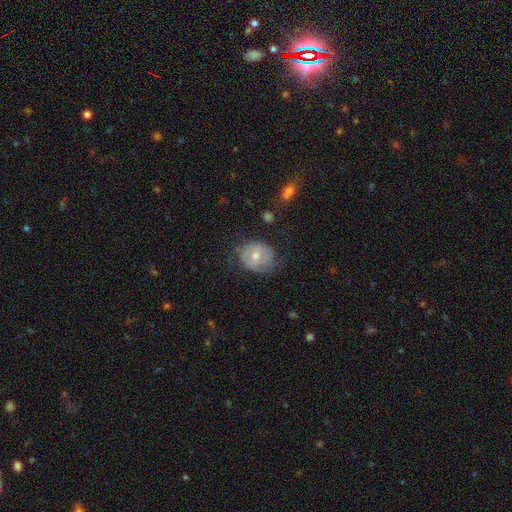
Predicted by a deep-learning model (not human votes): A smooth galaxy with no disk features (49%). Merging: none (62%).